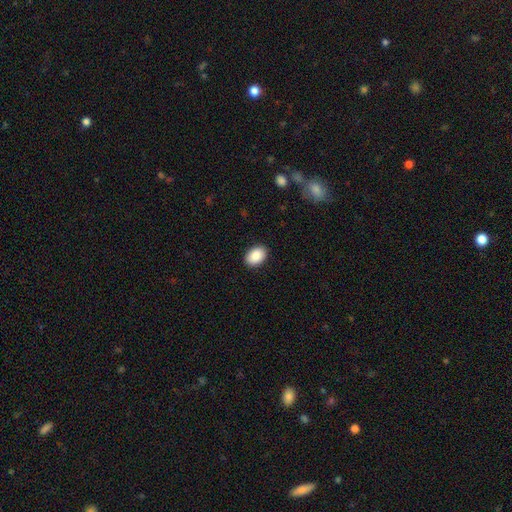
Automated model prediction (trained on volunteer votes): This appears to be a smooth galaxy with no disk features (89%) that is in between round and cigar-shaped (83%). Merging: none (90%).